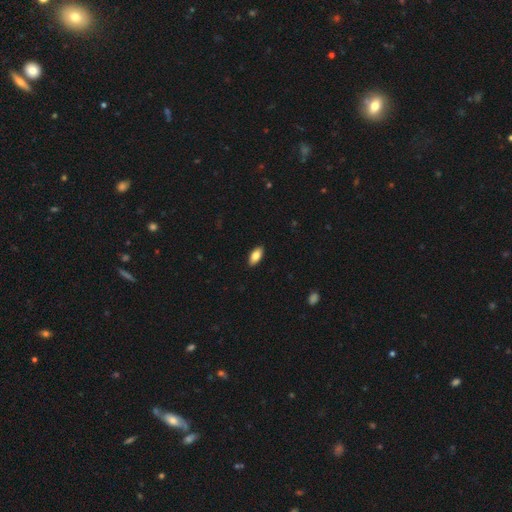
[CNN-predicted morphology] smooth 84%, featured or disk 10%, star or artifact 7%. Down the decision tree: how rounded — in between (90%); merging — none (90%).